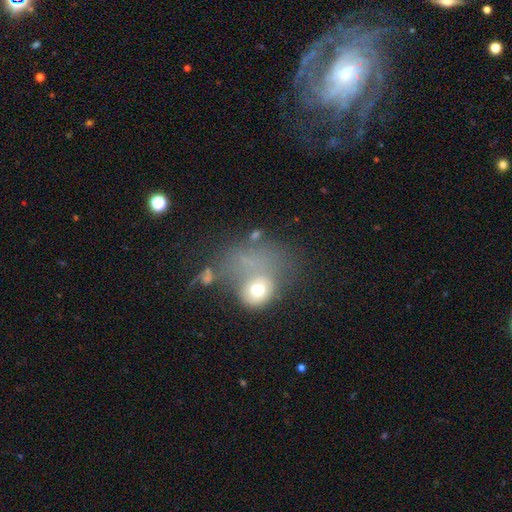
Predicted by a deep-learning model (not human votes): A smooth galaxy with no disk features (53%) that is round (54%). Merging: major disturbance (47%).